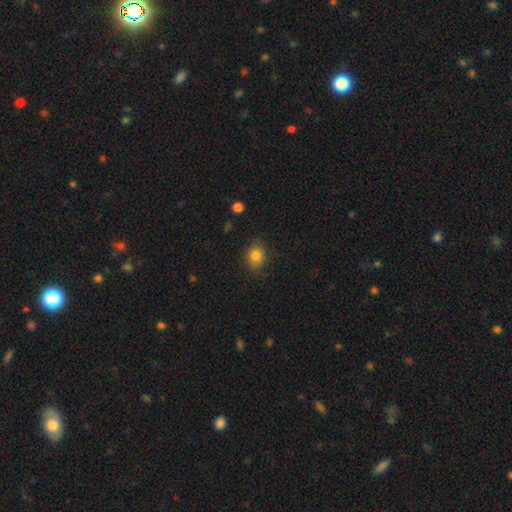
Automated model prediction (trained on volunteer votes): Q: Smooth or featured?
A: smooth (83%); runner-up: star or artifact (10%)
Q: How rounded?
A: round (51%); runner-up: in between (48%)
Q: Merging?
A: none (79%); runner-up: minor disturbance (15%)